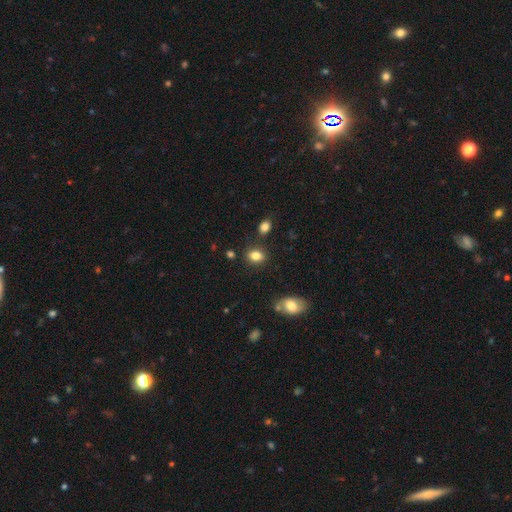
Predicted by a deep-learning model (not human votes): smooth_or_featured: smooth (p=0.83) [alt: star or artifact p=0.10]
how_rounded: in between (p=0.63) [alt: round p=0.36]
merging: none (p=0.81) [alt: minor disturbance p=0.11]